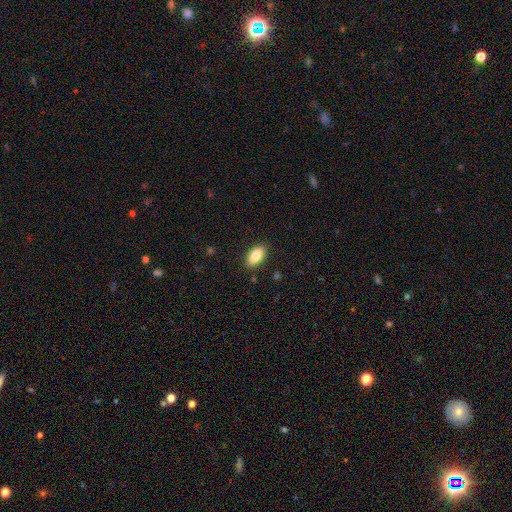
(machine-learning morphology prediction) This appears to be a smooth galaxy with no disk features (82%) that is in between round and cigar-shaped (92%). Merging: none (88%).